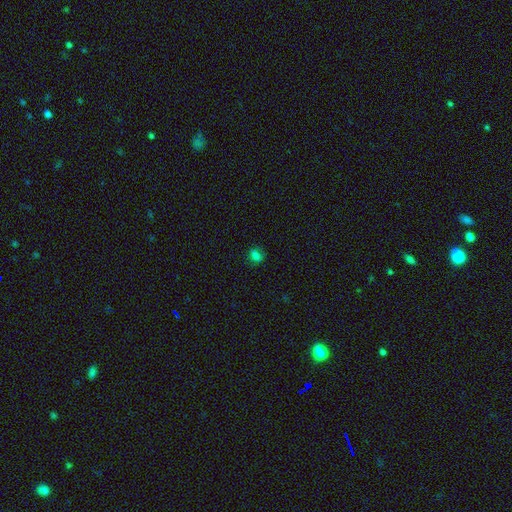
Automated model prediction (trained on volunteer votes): A smooth galaxy with no disk features (72%) that is round (50%). Merging: none (77%).